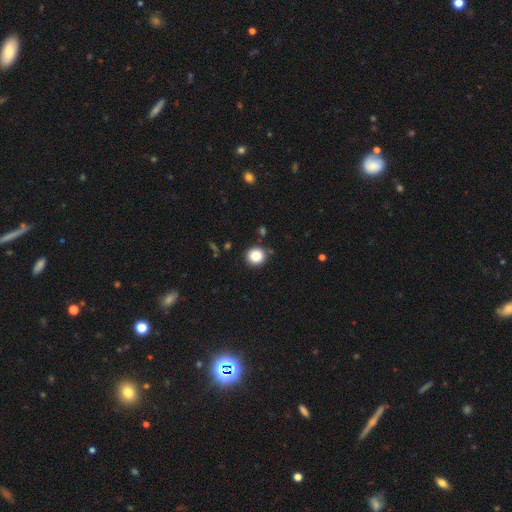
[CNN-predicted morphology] Q: Smooth or featured?
A: smooth (86%); runner-up: star or artifact (10%)
Q: How rounded?
A: round (92%); runner-up: in between (7%)
Q: Merging?
A: none (87%); runner-up: minor disturbance (8%)